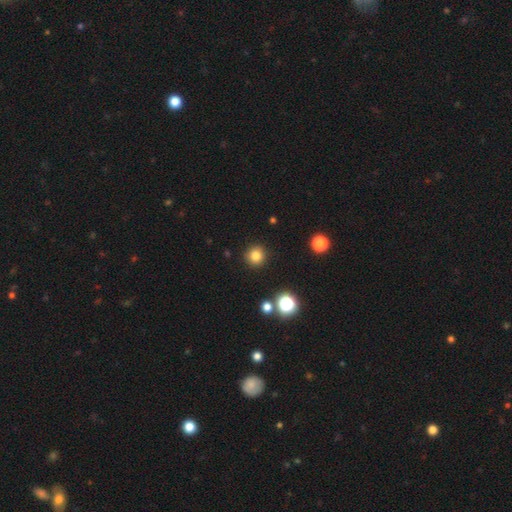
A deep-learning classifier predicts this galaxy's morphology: The model was most divided on "smooth or featured": smooth: 81%, star or artifact: 14%, featured or disk: 5%. More confident: how rounded — round (94%); merging — none (91%).